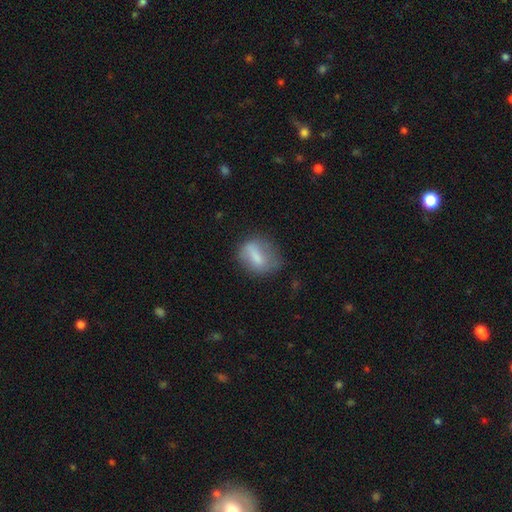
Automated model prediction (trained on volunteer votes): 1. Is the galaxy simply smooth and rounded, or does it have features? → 67% smooth, 24% featured or disk, 9% star or artifact.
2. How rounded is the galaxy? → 62% in between, 32% round, 6% cigar-shaped.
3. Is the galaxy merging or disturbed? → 53% none, 28% minor disturbance, 15% major disturbance, 3% merger.